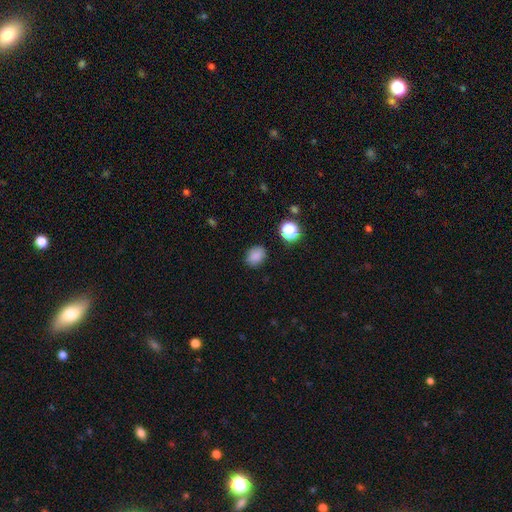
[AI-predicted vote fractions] Morphology: type=smooth (84%); roundness=in between (61%); merging=none (83%).